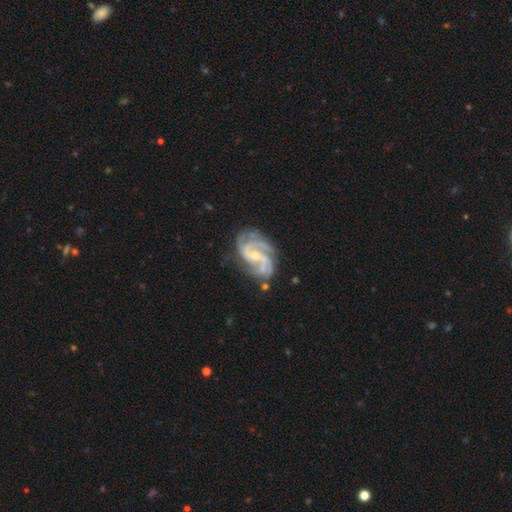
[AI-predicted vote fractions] featured or disk 91%, star or artifact 5%, smooth 4%. Down the decision tree: edge-on disk — no (98%); bar — no (45%); spiral arms — yes (98%); spiral arm count — 3 (41%); spiral winding — medium (49%); bulge size — small (61%); merging — none (68%).